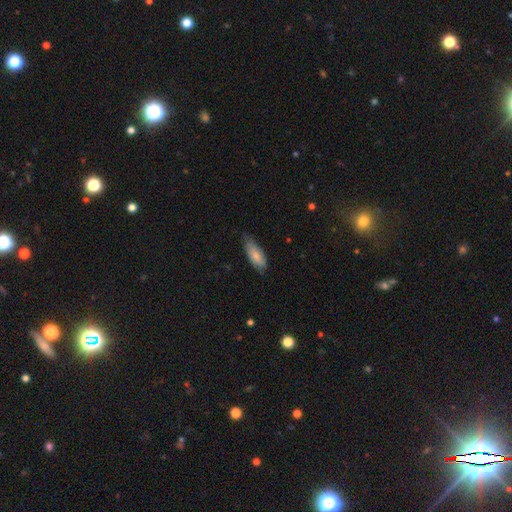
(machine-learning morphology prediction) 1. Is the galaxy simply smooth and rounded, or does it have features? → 78% smooth, 16% featured or disk, 6% star or artifact.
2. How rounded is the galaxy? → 75% in between, 23% cigar-shaped, 2% round.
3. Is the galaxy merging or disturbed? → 61% none, 32% minor disturbance, 5% major disturbance, 1% merger.